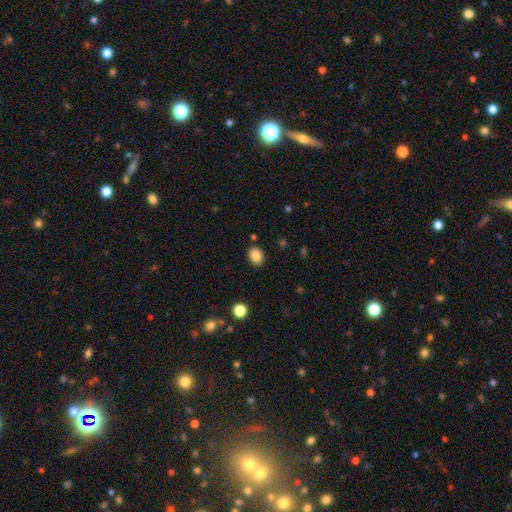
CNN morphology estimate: smooth-or-featured: smooth: 86% | star or artifact: 9% | featured or disk: 4%
  how-rounded: in between: 70% | round: 29% | cigar-shaped: 1%
  merging: none: 86% | minor disturbance: 9% | major disturbance: 2% | merger: 2%